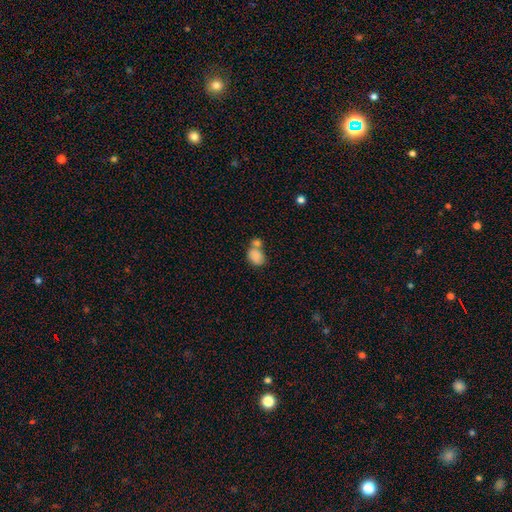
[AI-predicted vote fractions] This is clearly a smooth galaxy (82%). How rounded: likely in between (67%). Merging: possibly merger (52%).